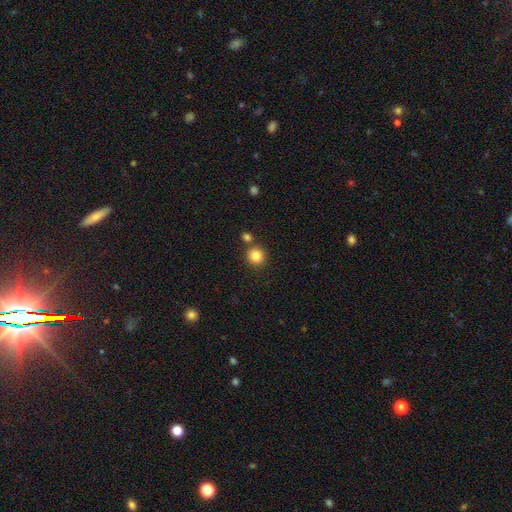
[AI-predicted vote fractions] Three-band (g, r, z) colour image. It shows a smooth galaxy with no disk features (84%) that is round (90%). Merging: none (76%).